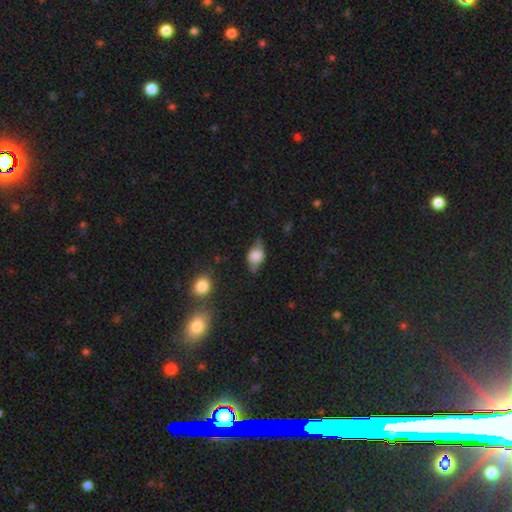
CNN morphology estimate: This appears to be a smooth galaxy with no disk features (51%) that is in between round and cigar-shaped (79%). Merging: none (59%).